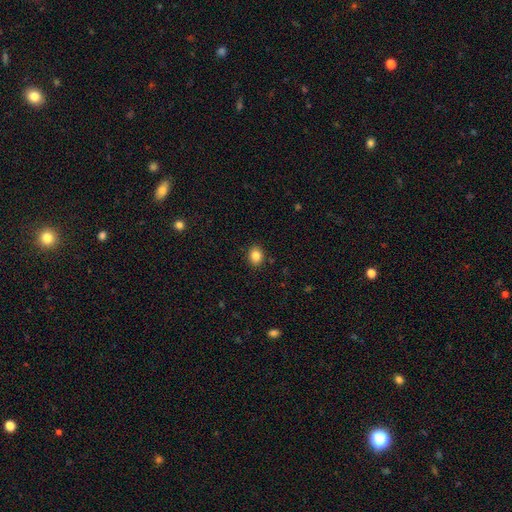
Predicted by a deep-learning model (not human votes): This appears to be a smooth galaxy with no disk features (85%) that is round (54%). Merging: none (90%).